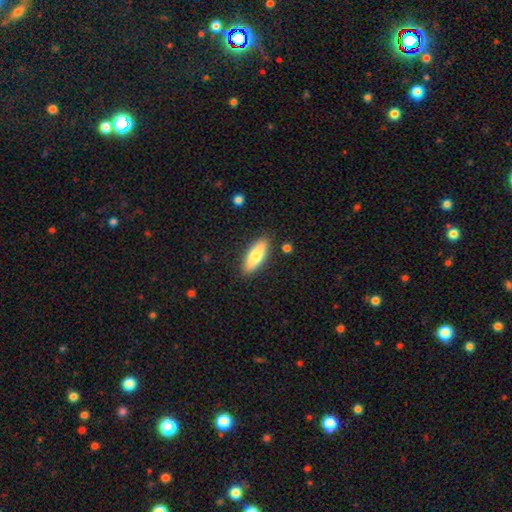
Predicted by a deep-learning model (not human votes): smooth-or-featured: smooth: 76% | featured or disk: 19% | star or artifact: 6%
  how-rounded: in between: 59% | cigar-shaped: 39% | round: 2%
  merging: none: 87% | minor disturbance: 10% | major disturbance: 2% | merger: 2%